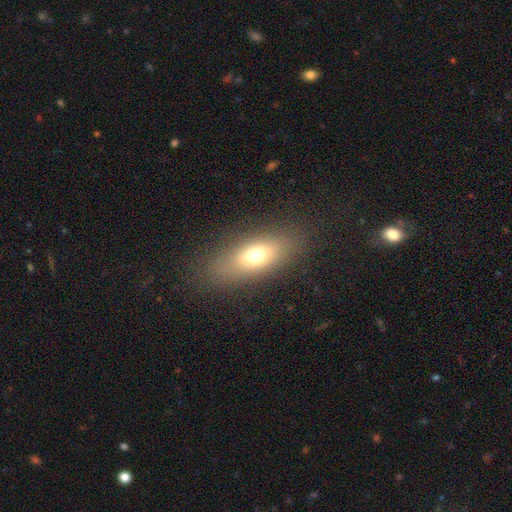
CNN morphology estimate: smooth_or_featured: smooth (p=0.67) [alt: featured or disk p=0.20]
how_rounded: in between (p=0.75) [alt: cigar-shaped p=0.14]
merging: none (p=0.82) [alt: minor disturbance p=0.11]